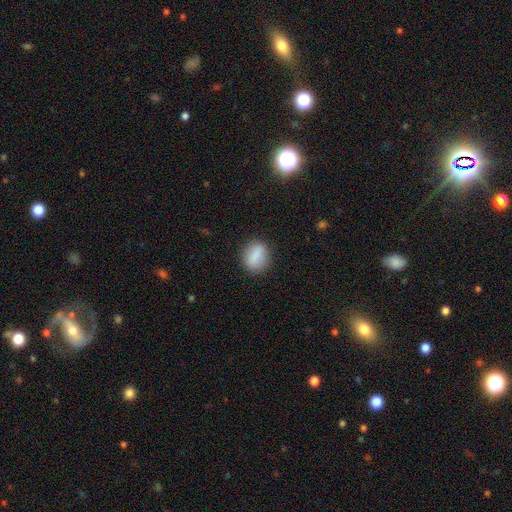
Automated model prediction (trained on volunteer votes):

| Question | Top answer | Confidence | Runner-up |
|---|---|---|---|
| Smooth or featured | smooth | 81% | featured or disk (11%) |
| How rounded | in between | 52% | round (44%) |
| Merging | none | 85% | minor disturbance (10%) |